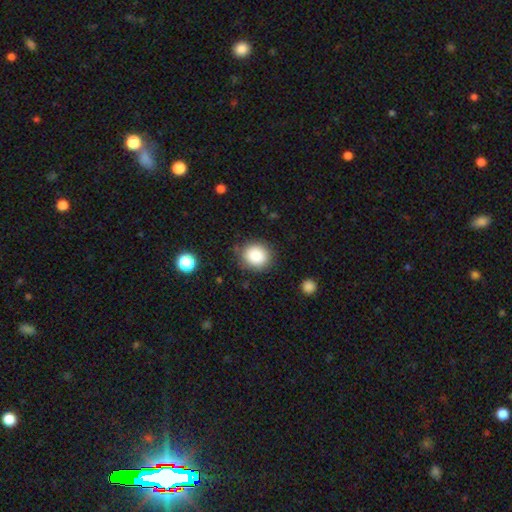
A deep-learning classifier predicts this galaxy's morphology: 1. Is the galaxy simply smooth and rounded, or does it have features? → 86% smooth, 9% star or artifact, 5% featured or disk.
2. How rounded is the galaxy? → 80% round, 19% in between, 1% cigar-shaped.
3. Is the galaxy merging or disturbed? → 83% none, 11% minor disturbance, 4% major disturbance, 2% merger.